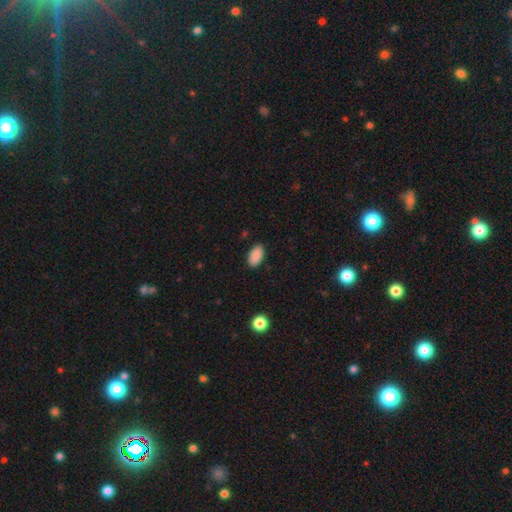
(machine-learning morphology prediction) smooth-or-featured: smooth: 90% | star or artifact: 7% | featured or disk: 3%
  how-rounded: in between: 94% | round: 4% | cigar-shaped: 2%
  merging: none: 88% | minor disturbance: 9% | major disturbance: 2% | merger: 1%